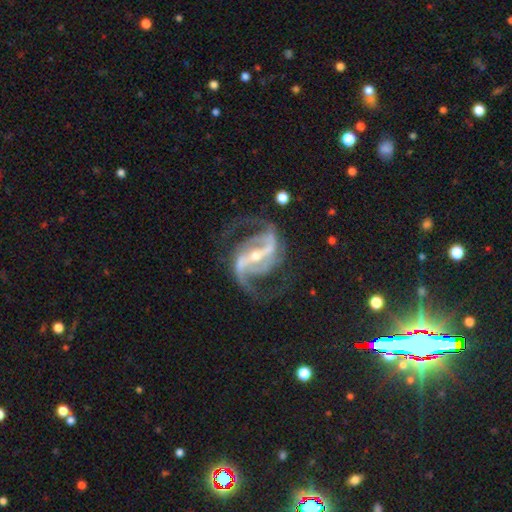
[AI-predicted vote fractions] The model was most divided on "spiral winding": medium: 52%, loose: 35%, tight: 13%. More confident: spiral arms — yes (98%); edge-on disk — no (97%); smooth or featured — featured or disk (92%); spiral arm count — 2 (89%); merging — none (73%); bar — strong (72%); bulge size — small (57%).